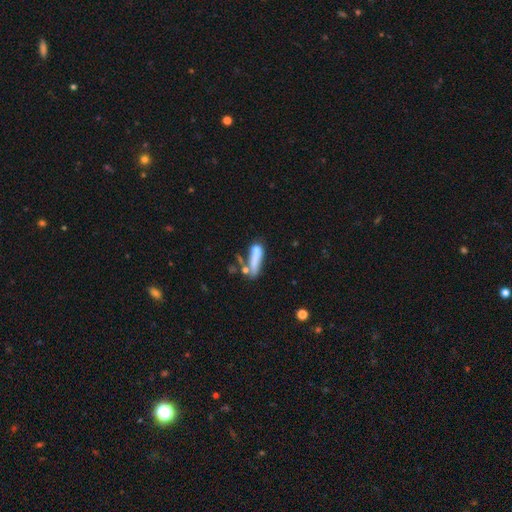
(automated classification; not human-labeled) smooth 64%, featured or disk 26%, star or artifact 10%. Down the decision tree: how rounded — cigar-shaped (65%); merging — none (32%).